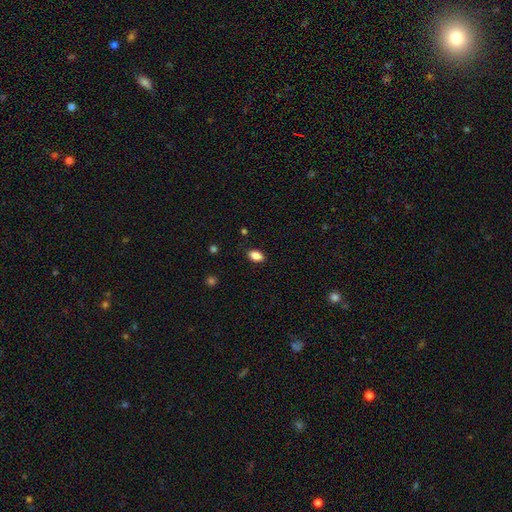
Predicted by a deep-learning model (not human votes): Smooth or featured?
  - smooth: 85% *
  - star or artifact: 9%
  - featured or disk: 6%
How rounded?
  - in between: 89% *
  - round: 8%
  - cigar-shaped: 3%
Merging?
  - none: 86% *
  - minor disturbance: 10%
  - major disturbance: 2%
  - merger: 1%